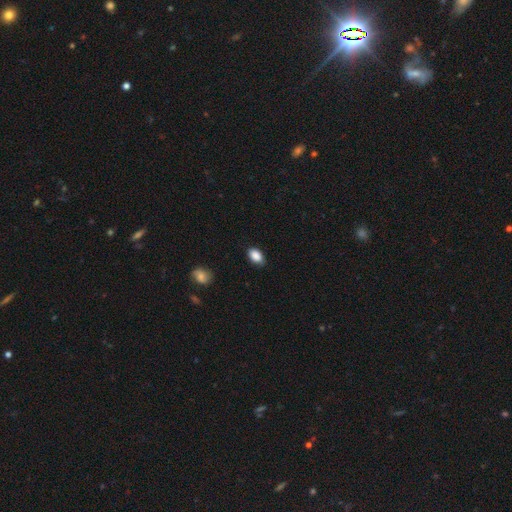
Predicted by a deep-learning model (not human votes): A smooth galaxy with no disk features (88%) that is in between round and cigar-shaped (90%).

Vote fractions:
- Smooth or featured? smooth: 88% / star or artifact: 7% / featured or disk: 5%
- How rounded? in between: 90% / round: 9% / cigar-shaped: 1%
- Merging? none: 80% / minor disturbance: 16% / major disturbance: 3% / merger: 1%